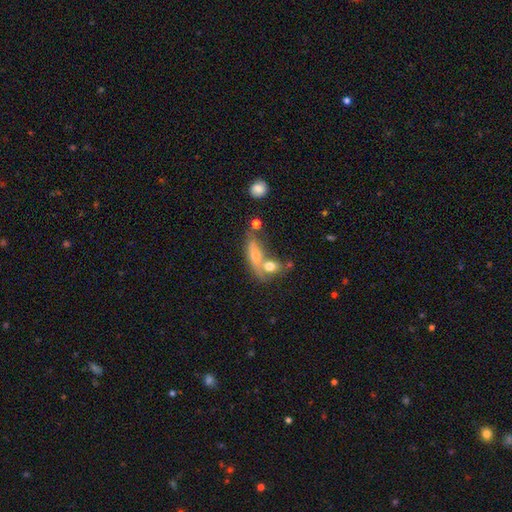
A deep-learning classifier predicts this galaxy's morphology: This is marginally a smooth galaxy (43%). Merging: possibly merger (52%).